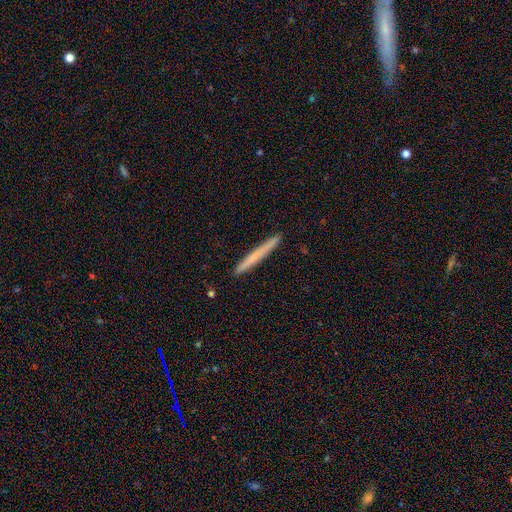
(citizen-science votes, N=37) smooth-or-featured: smooth: 68% | featured or disk: 27% | star or artifact: 5%
  how-rounded: cigar-shaped: 96% | in between: 4% | round: 0%
  merging: none: 100% | minor disturbance: 0% | major disturbance: 0% | merger: 0%